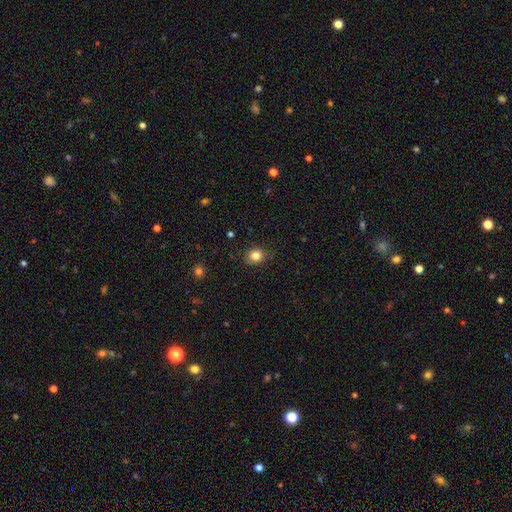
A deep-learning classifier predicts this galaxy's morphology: A smooth galaxy with no disk features (82%) that is round (71%). Merging: none (84%).